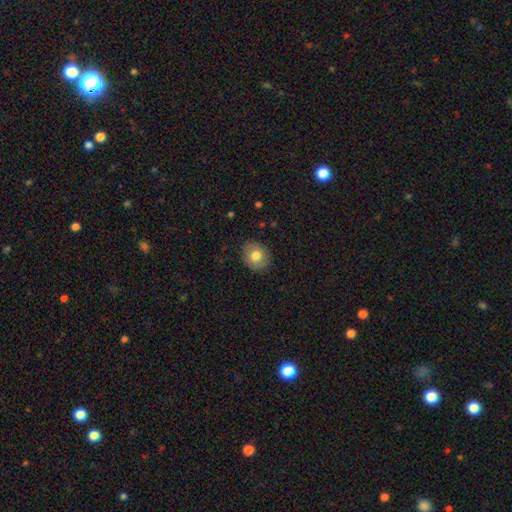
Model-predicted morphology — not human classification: A smooth galaxy with no disk features (78%) that is round (70%).

Vote fractions:
- Smooth or featured? smooth: 78% / featured or disk: 14% / star or artifact: 8%
- How rounded? round: 70% / in between: 29% / cigar-shaped: 1%
- Merging? none: 89% / minor disturbance: 8% / major disturbance: 2% / merger: 1%